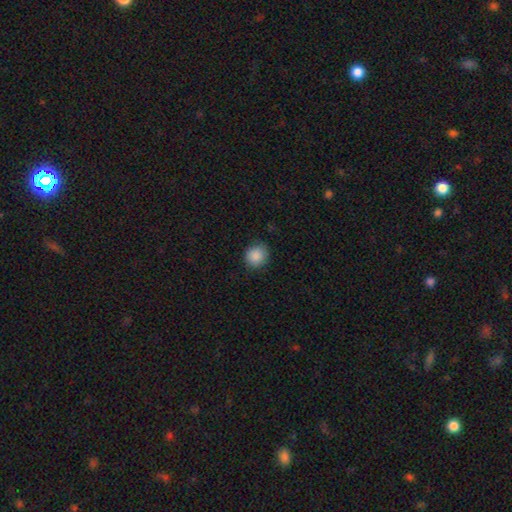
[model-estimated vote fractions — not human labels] smooth-or-featured: smooth: 88% | star or artifact: 8% | featured or disk: 4%
  how-rounded: round: 87% | in between: 12% | cigar-shaped: 1%
  merging: none: 83% | minor disturbance: 13% | major disturbance: 3% | merger: 1%